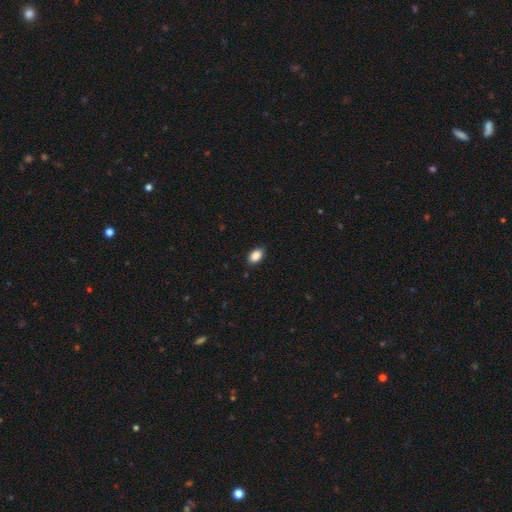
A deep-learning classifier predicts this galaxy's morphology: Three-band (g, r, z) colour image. It shows a smooth galaxy with no disk features (87%) that is in between round and cigar-shaped (89%). Merging: none (87%).